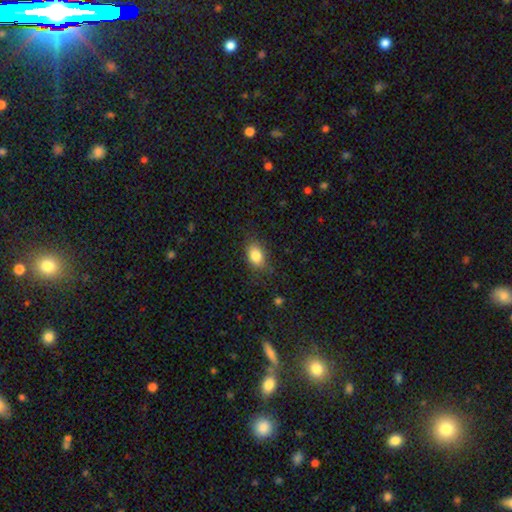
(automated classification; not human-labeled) Smooth or featured?
  - smooth: 84% *
  - star or artifact: 9%
  - featured or disk: 8%
How rounded?
  - in between: 82% *
  - round: 16%
  - cigar-shaped: 2%
Merging?
  - none: 75% *
  - minor disturbance: 19%
  - major disturbance: 5%
  - merger: 1%